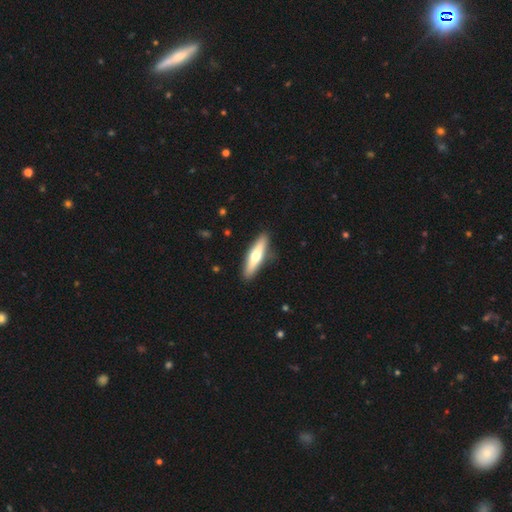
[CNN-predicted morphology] A smooth galaxy with no disk features (49%). Merging: none (89%).